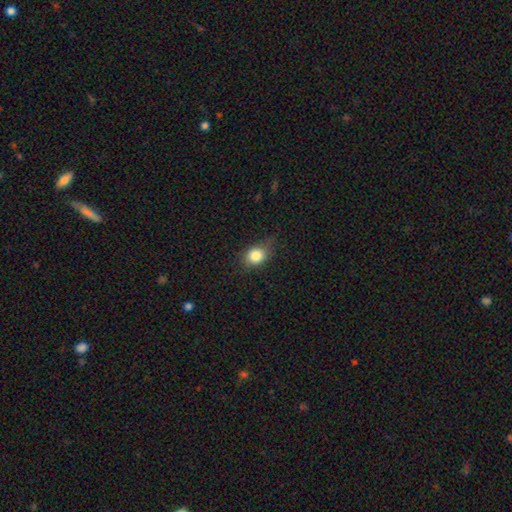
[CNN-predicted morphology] This is clearly a smooth galaxy (82%). How rounded: possibly round (59%). Merging: likely none (64%).